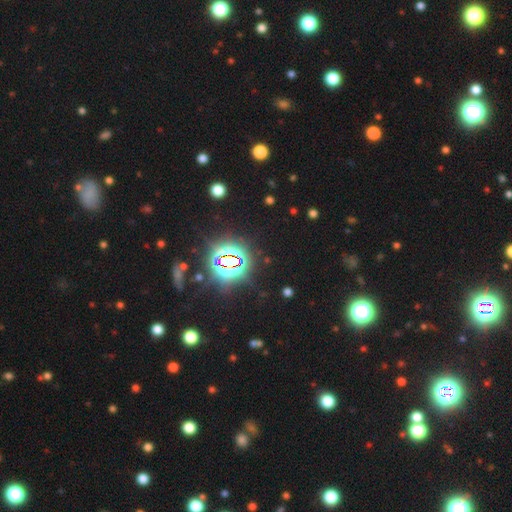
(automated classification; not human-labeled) This is likely a star or artifact rather than a galaxy (71%).